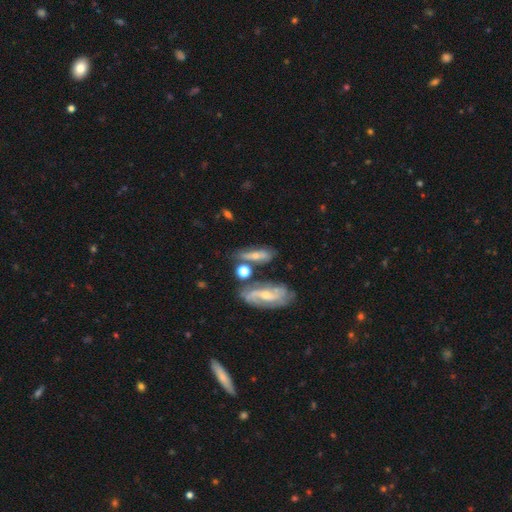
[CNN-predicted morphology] A featured or disk galaxy (51%).

Vote fractions:
- Smooth or featured? featured or disk: 51% / smooth: 38% / star or artifact: 11%
- Edge-on disk? no: 67% / yes: 33%
- Merging? none: 57% / minor disturbance: 19% / merger: 16% / major disturbance: 8%